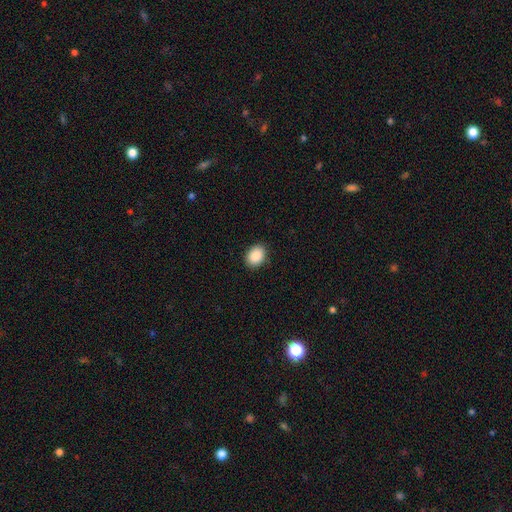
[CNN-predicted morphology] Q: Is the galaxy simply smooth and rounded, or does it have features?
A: smooth — 90%.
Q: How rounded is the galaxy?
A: in between — 71%.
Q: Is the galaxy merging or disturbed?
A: none — 89%.